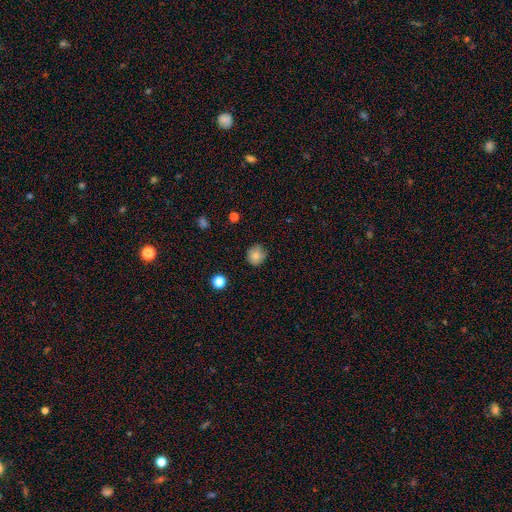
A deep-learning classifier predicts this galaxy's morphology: smooth 78%, featured or disk 11%, star or artifact 11%. Down the decision tree: how rounded — round (86%); merging — none (74%).